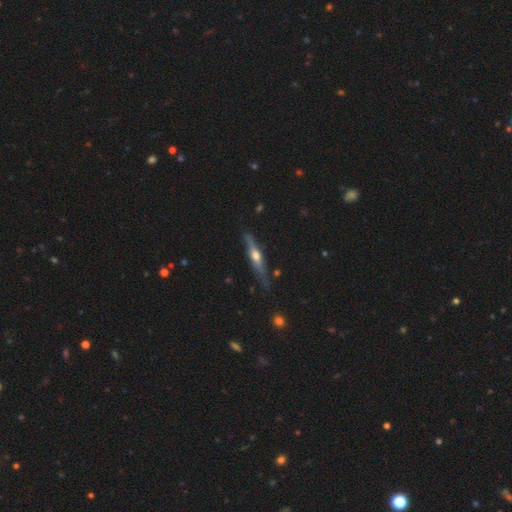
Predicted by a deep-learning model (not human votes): The model was most divided on "smooth or featured": featured or disk: 68%, smooth: 27%, star or artifact: 5%. More confident: edge-on disk — yes (94%); edge-on bulge — rounded (91%); merging — none (77%).